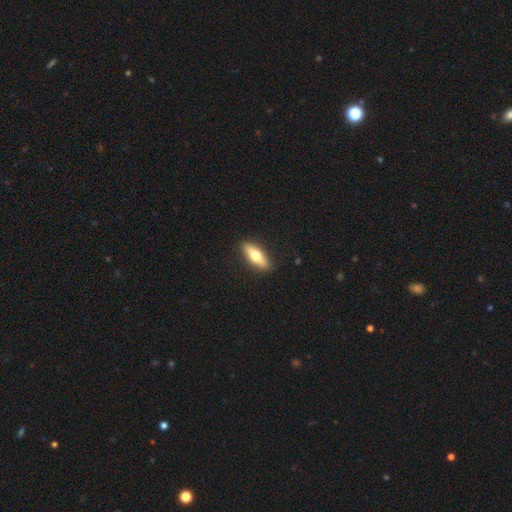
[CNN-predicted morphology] Smooth or featured? Predicted: smooth (p=0.57). How rounded? Predicted: in between (p=0.51). Merging? Predicted: none (p=0.90).